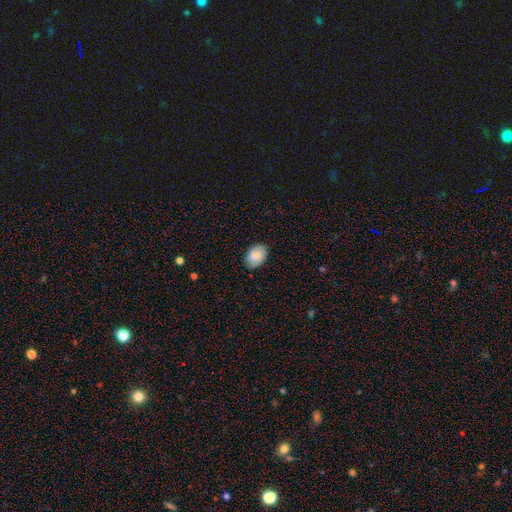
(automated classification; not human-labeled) Smooth or featured: smooth — 86% (featured or disk — 7%)
How rounded: in between — 85% (round — 14%)
Merging: none — 84% (minor disturbance — 13%)